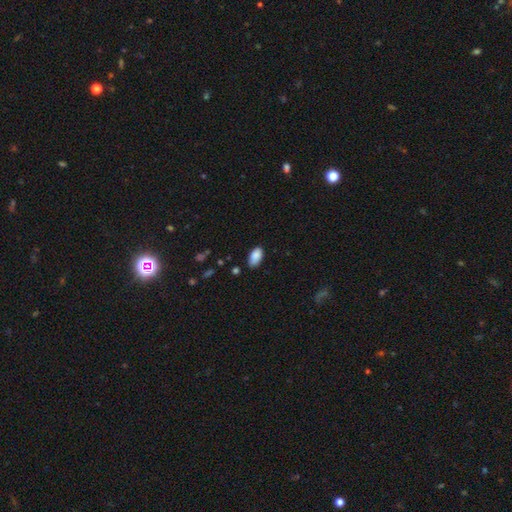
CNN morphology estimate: smooth 88%, star or artifact 7%, featured or disk 5%. Down the decision tree: how rounded — in between (94%); merging — none (77%).